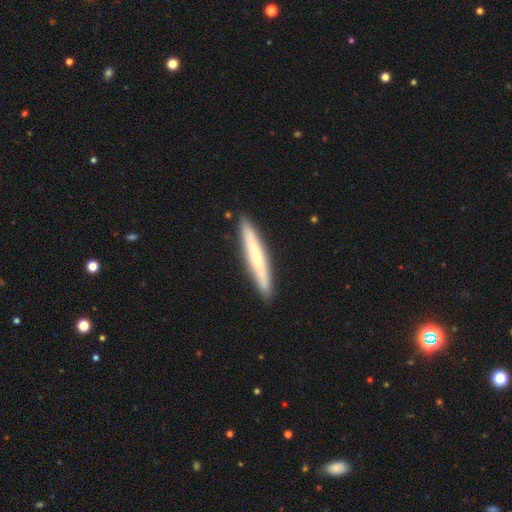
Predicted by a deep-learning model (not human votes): A smooth galaxy with no disk features (55%) that is cigar-shaped (95%).

Vote fractions:
- Smooth or featured? smooth: 55% / featured or disk: 39% / star or artifact: 6%
- How rounded? cigar-shaped: 95% / in between: 4% / round: 1%
- Merging? none: 90% / minor disturbance: 8% / major disturbance: 1% / merger: 1%